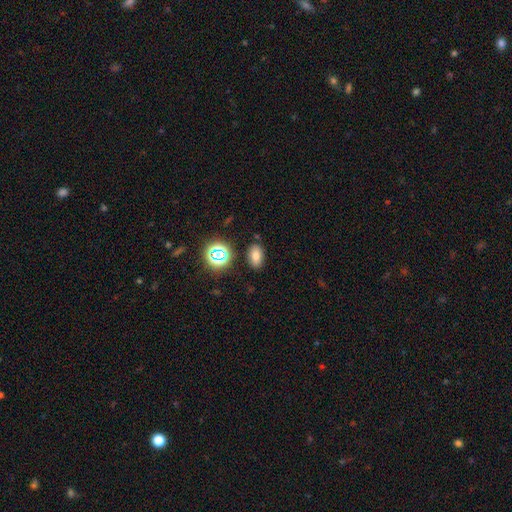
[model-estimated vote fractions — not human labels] Smooth or featured?
  - smooth: 72% *
  - star or artifact: 18%
  - featured or disk: 9%
How rounded?
  - in between: 86% *
  - round: 12%
  - cigar-shaped: 2%
Merging?
  - none: 84% *
  - minor disturbance: 10%
  - merger: 3%
  - major disturbance: 3%